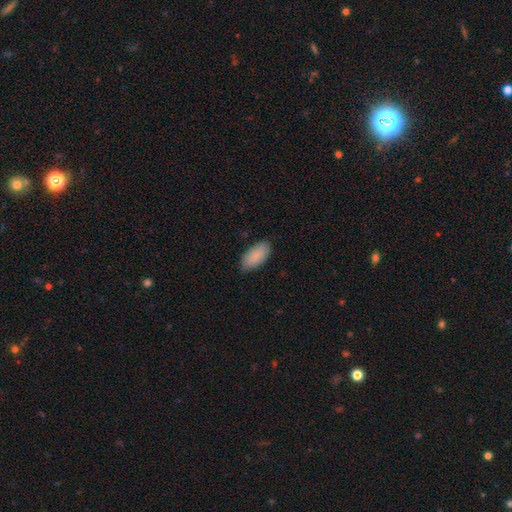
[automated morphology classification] smooth 88%, star or artifact 6%, featured or disk 6%. Down the decision tree: how rounded — in between (94%); merging — none (82%).